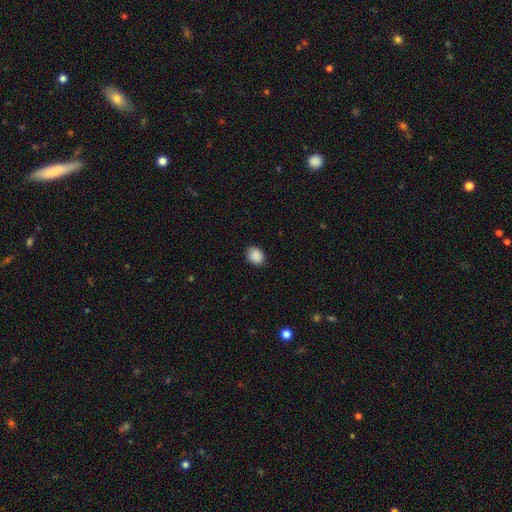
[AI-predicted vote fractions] The model was most divided on "how rounded": in between: 50%, round: 49%, cigar-shaped: 1%. More confident: smooth or featured — smooth (89%); merging — none (87%).